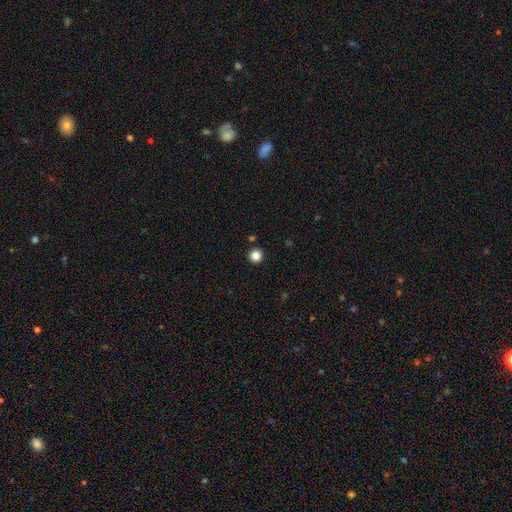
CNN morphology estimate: type=smooth (84%); roundness=round (95%); merging=none (92%).